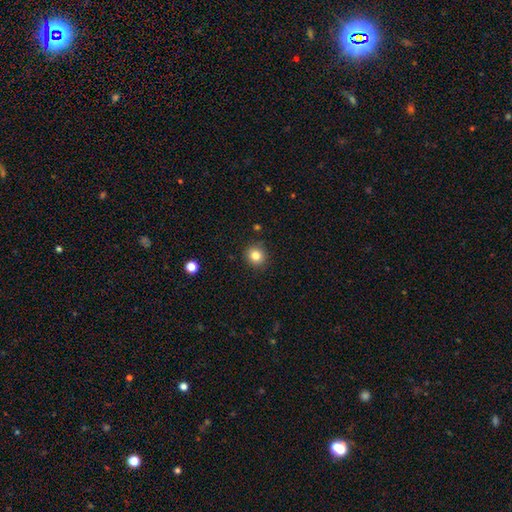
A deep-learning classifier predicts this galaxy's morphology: Smooth or featured? smooth (83%)
How rounded? round (90%)
Merging? none (90%)